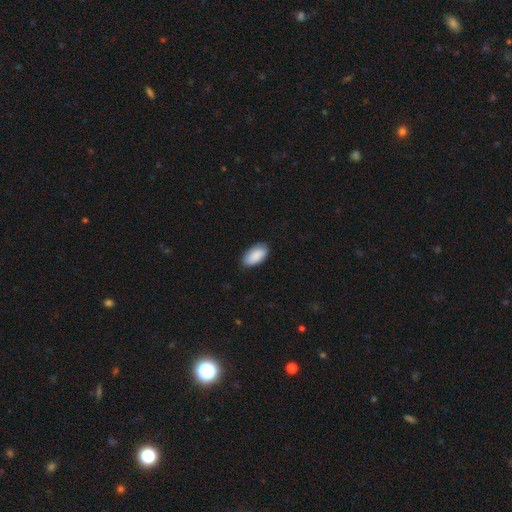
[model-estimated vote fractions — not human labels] This appears to be a smooth galaxy with no disk features (90%) that is in between round and cigar-shaped (95%). Merging: none (84%).